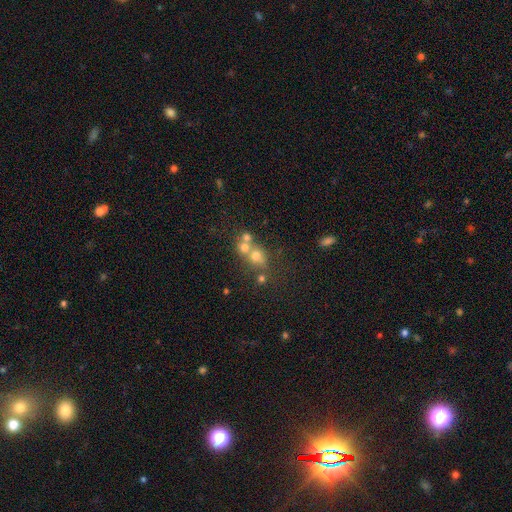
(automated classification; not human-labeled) smooth_or_featured: smooth (p=0.60) [alt: featured or disk p=0.22]
how_rounded: round (p=0.75) [alt: in between p=0.24]
merging: merger (p=0.49) [alt: none p=0.38]